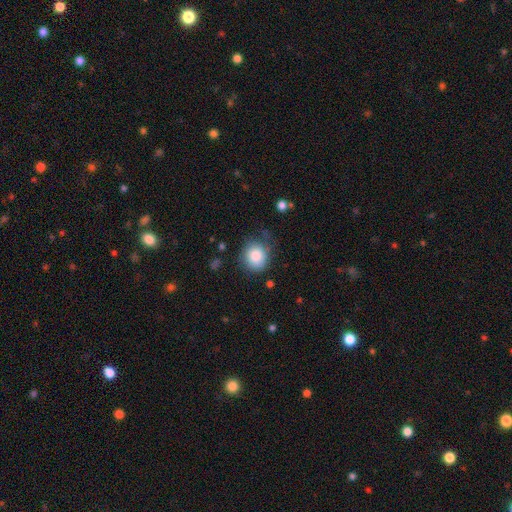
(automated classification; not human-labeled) Smooth or featured? Predicted: smooth (p=0.84). How rounded? Predicted: round (p=0.79). Merging? Predicted: none (p=0.68).